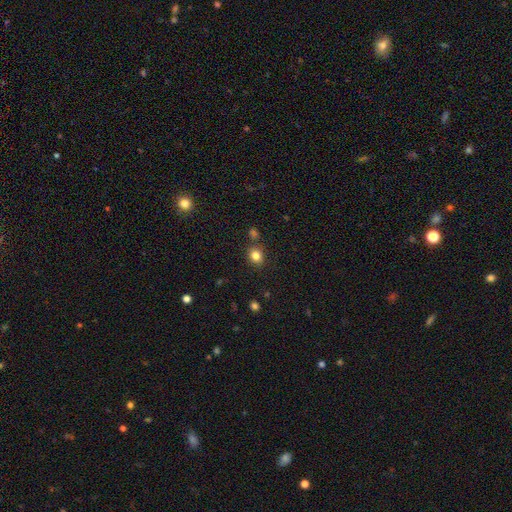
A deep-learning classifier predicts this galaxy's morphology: This is clearly a smooth galaxy (82%). How rounded: likely round (68%). Merging: likely none (79%).